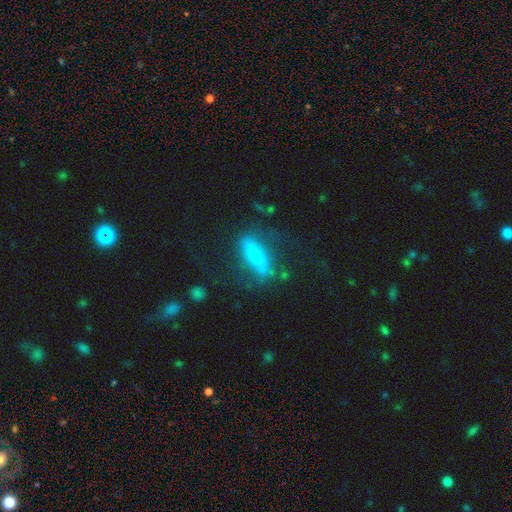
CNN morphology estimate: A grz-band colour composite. It shows a smooth galaxy with no disk features (53%) that is cigar-shaped (55%). Merging: none (49%).